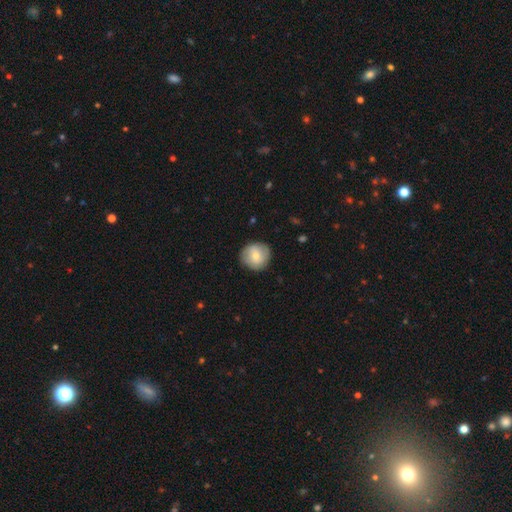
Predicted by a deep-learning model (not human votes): Q: Smooth or featured?
A: smooth (65%); runner-up: featured or disk (29%)
Q: How rounded?
A: round (91%); runner-up: in between (8%)
Q: Merging?
A: none (85%); runner-up: minor disturbance (11%)